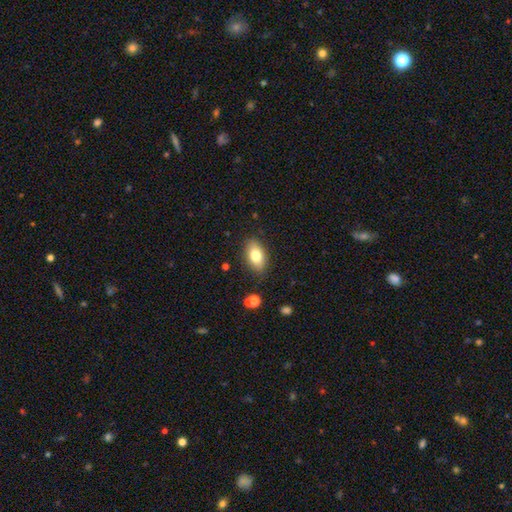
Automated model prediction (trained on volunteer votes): This appears to be a smooth galaxy with no disk features (79%) that is in between round and cigar-shaped (90%). Merging: none (85%).